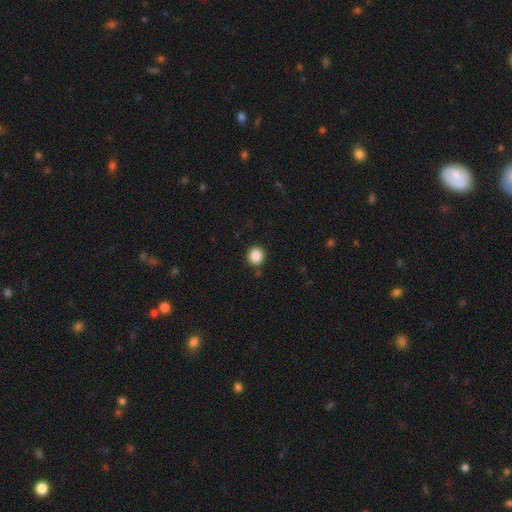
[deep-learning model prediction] Smooth or featured?
  - smooth: 87% *
  - star or artifact: 10%
  - featured or disk: 3%
How rounded?
  - round: 90% *
  - in between: 9%
  - cigar-shaped: 1%
Merging?
  - none: 89% *
  - minor disturbance: 7%
  - major disturbance: 2%
  - merger: 2%